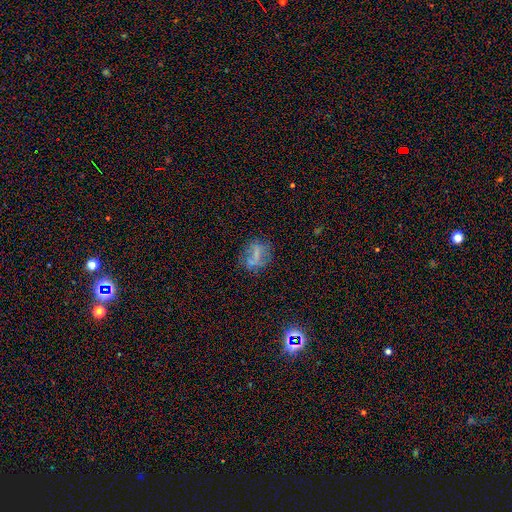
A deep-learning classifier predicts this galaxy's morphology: This appears to be a smooth galaxy with no disk features (45%). Merging: none (65%).